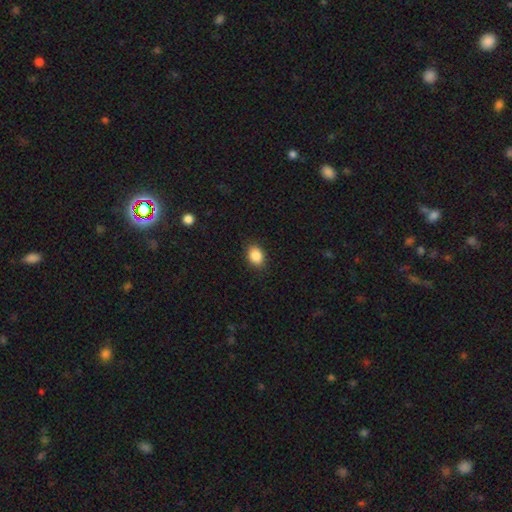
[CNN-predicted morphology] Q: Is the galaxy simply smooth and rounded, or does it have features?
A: smooth — 88%.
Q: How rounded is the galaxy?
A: in between — 71%.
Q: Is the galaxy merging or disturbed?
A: none — 88%.